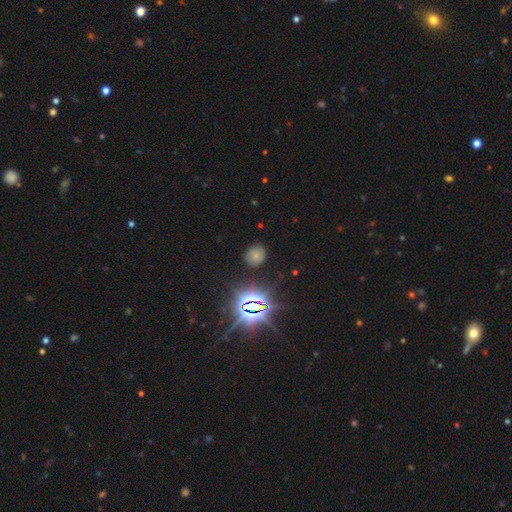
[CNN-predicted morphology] Q: Smooth or featured?
A: smooth (55%); runner-up: star or artifact (29%)
Q: How rounded?
A: round (74%); runner-up: in between (25%)
Q: Merging?
A: none (78%); runner-up: minor disturbance (16%)